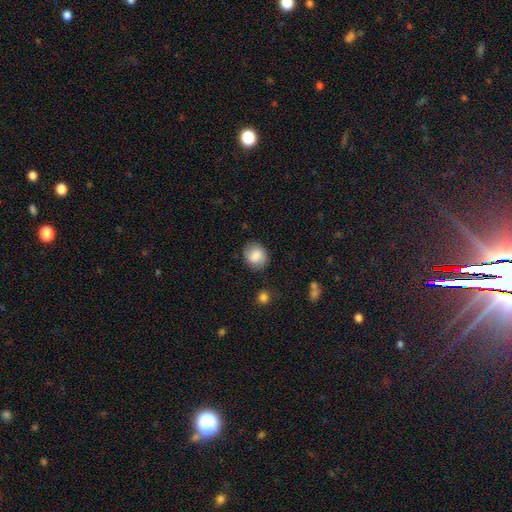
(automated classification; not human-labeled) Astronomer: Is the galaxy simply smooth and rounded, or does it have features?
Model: smooth — 78%.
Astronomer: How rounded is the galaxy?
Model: round — 70%.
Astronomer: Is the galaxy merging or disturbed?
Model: none — 81%.